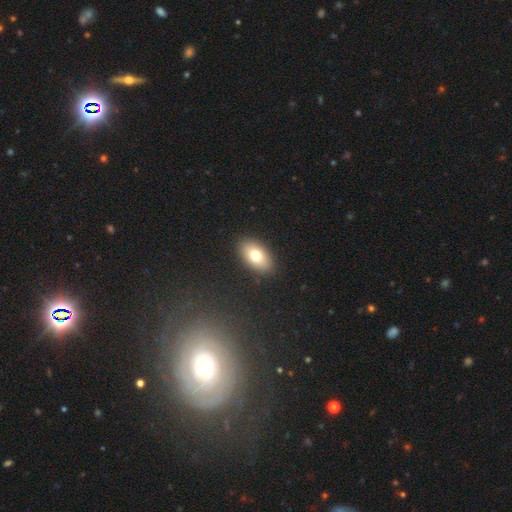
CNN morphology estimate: A smooth galaxy with no disk features (74%) that is in between round and cigar-shaped (92%).

Vote fractions:
- Smooth or featured? smooth: 74% / featured or disk: 18% / star or artifact: 8%
- How rounded? in between: 92% / round: 6% / cigar-shaped: 2%
- Merging? none: 89% / minor disturbance: 7% / major disturbance: 2% / merger: 1%